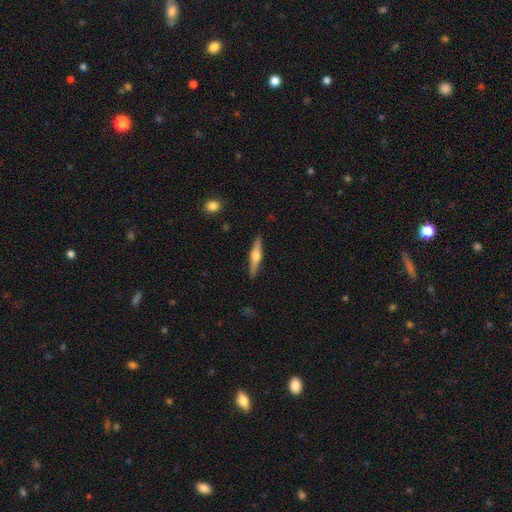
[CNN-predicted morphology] This is likely a featured or disk galaxy (64%). It is clearly viewed edge-on (97%). Edge-on bulge: clearly rounded (93%). Merging: clearly none (91%).